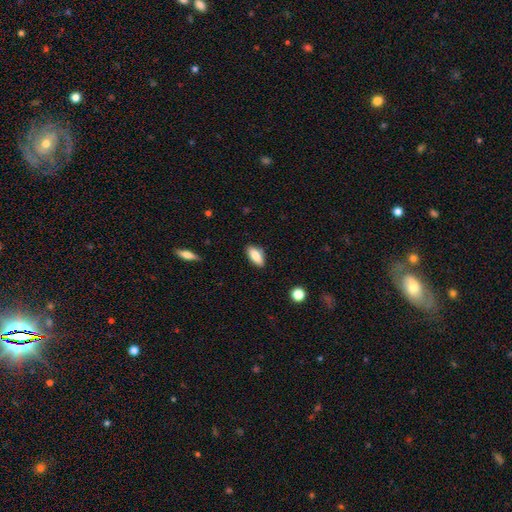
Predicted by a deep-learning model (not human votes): Smooth or featured? smooth (81%)
How rounded? in between (85%)
Merging? none (82%)